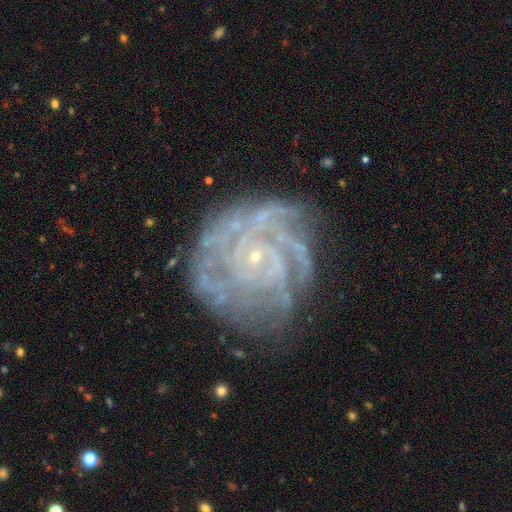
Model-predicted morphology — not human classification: featured or disk 86%, star or artifact 8%, smooth 7%. Down the decision tree: edge-on disk — no (97%); bar — no (76%); spiral arms — yes (96%); spiral arm count — can't tell (25%); spiral winding — tight (76%); bulge size — small (86%); merging — none (70%).